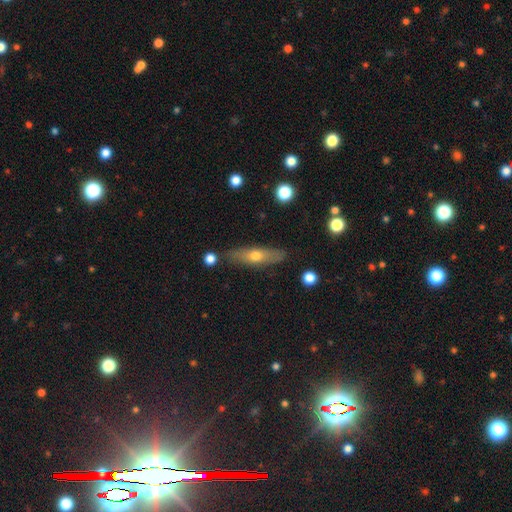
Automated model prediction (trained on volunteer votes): Overall: smooth (49%; featured or disk 45%). Merging: none (83%).